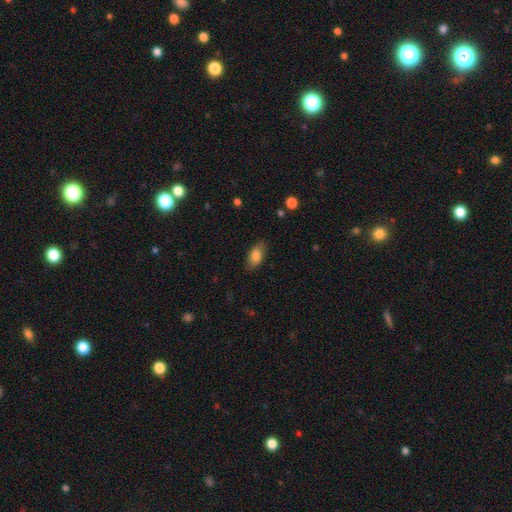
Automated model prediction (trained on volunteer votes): smooth-or-featured: smooth: 80% | featured or disk: 12% | star or artifact: 7%
  how-rounded: in between: 89% | cigar-shaped: 7% | round: 5%
  merging: none: 80% | minor disturbance: 15% | major disturbance: 4% | merger: 1%